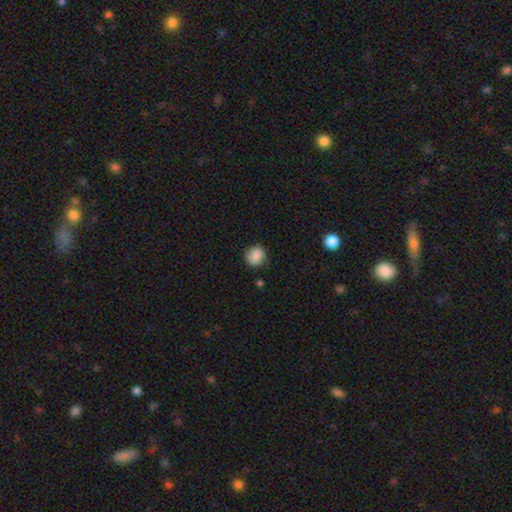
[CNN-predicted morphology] Overall: smooth (87%). How rounded: round (84%). Merging: none (82%).